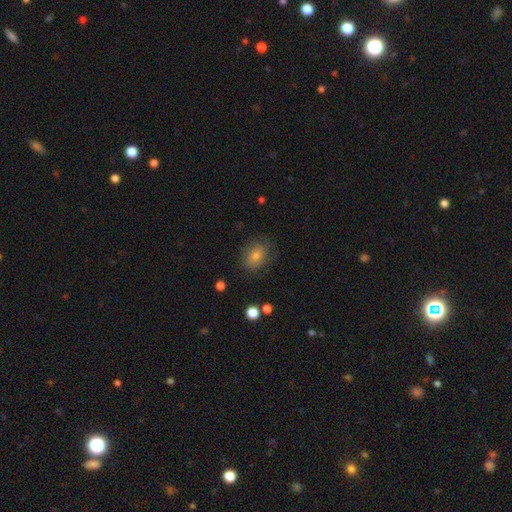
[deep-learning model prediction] Smooth or featured? Predicted: smooth (p=0.68). How rounded? Predicted: in between (p=0.59). Merging? Predicted: none (p=0.79).